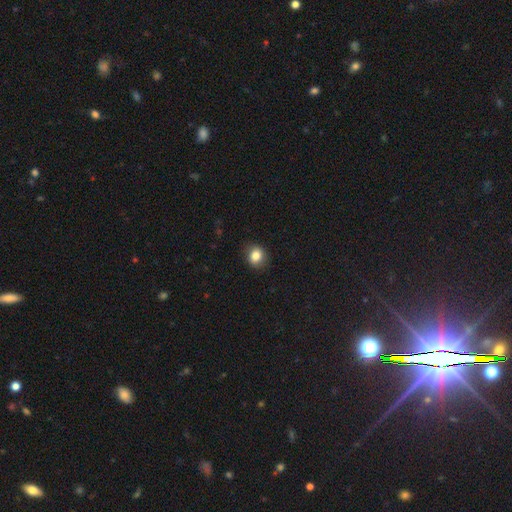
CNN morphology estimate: Smooth or featured: smooth — 83% (star or artifact — 10%)
How rounded: round — 66% (in between — 33%)
Merging: none — 85% (minor disturbance — 11%)